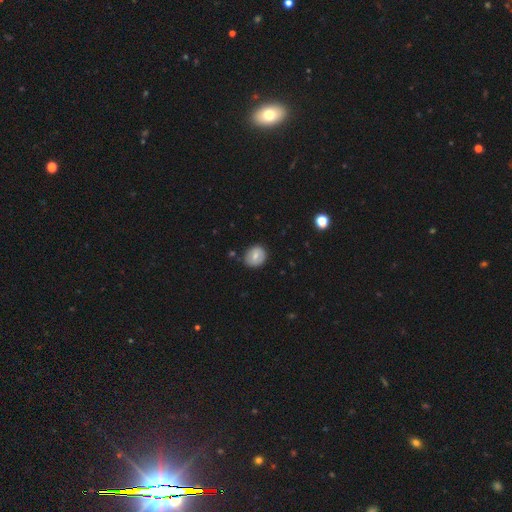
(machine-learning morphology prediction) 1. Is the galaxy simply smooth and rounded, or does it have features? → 69% smooth, 23% featured or disk, 8% star or artifact.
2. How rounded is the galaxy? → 71% round, 28% in between, 1% cigar-shaped.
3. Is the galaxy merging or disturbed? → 82% none, 13% minor disturbance, 3% major disturbance, 2% merger.